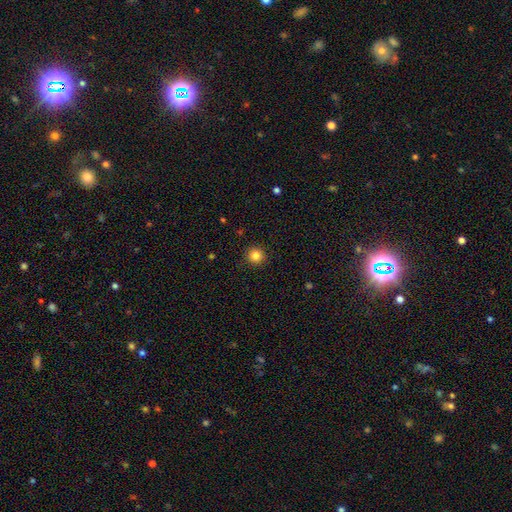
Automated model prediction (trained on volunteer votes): A smooth galaxy with no disk features (84%) that is round (94%). Merging: none (91%).